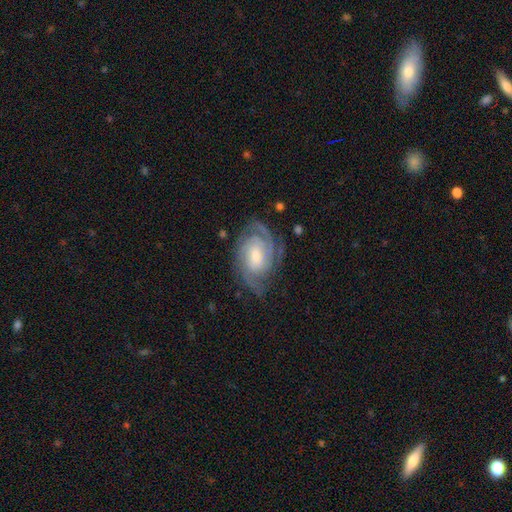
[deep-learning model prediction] smooth_or_featured: featured or disk (p=0.88) [alt: smooth p=0.07]
disk_edge_on: no (p=0.97) [alt: yes p=0.03]
bar: no (p=0.52) [alt: weak p=0.39]
has_spiral_arms: yes (p=0.98) [alt: no p=0.02]
spiral_winding: tight (p=0.67) [alt: medium p=0.29]
spiral_arm_count: 2 (p=0.30) [tied with: 3 p=0.30]
bulge_size: moderate (p=0.52) [alt: small p=0.32]
merging: none (p=0.74) [alt: minor disturbance p=0.17]